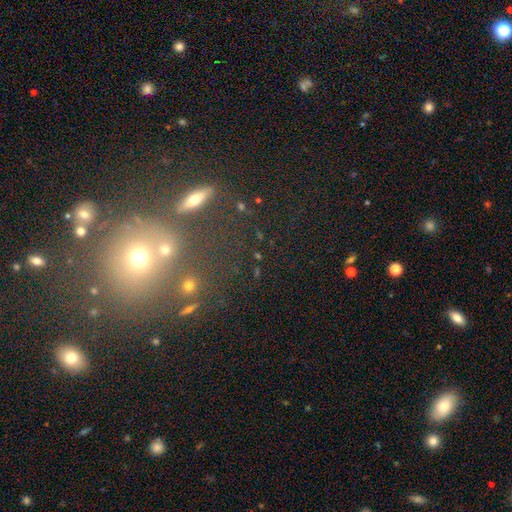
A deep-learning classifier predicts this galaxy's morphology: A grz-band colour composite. It shows a smooth galaxy with no disk features (42%). Merging: none (67%).